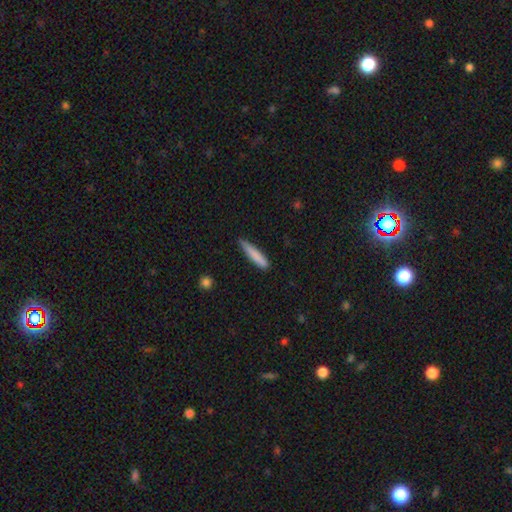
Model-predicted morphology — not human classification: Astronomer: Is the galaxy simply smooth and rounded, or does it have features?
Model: smooth — 81%.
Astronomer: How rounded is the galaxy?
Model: cigar-shaped — 92%.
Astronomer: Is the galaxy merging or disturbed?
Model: none — 75%.